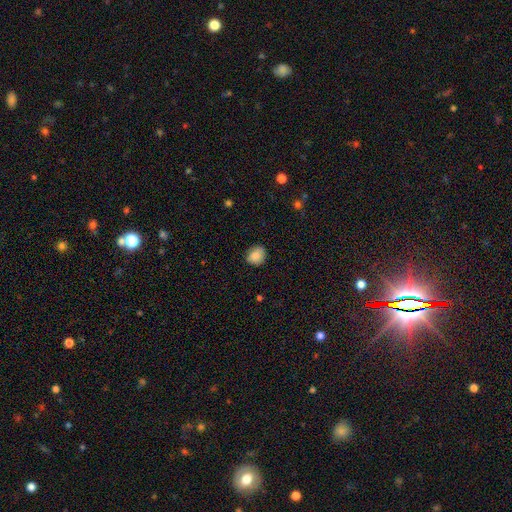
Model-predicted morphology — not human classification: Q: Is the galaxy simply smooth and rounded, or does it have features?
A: smooth — 87%.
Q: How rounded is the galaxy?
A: round — 65%.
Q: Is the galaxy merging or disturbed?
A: none — 81%.